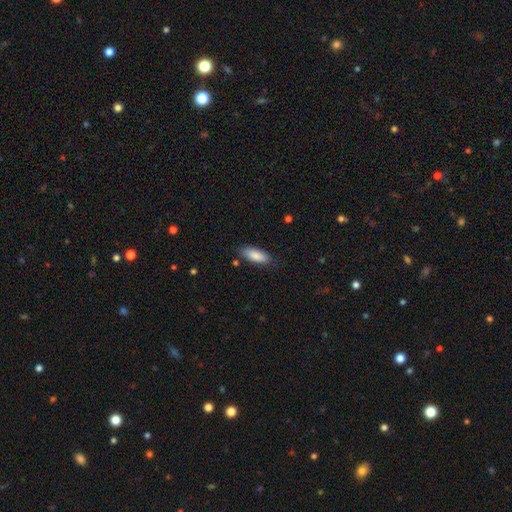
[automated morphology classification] A smooth galaxy with no disk features (87%) that is in between round and cigar-shaped (74%). Merging: none (83%).